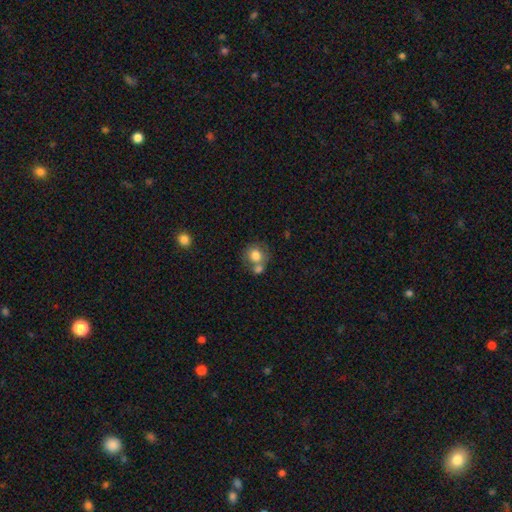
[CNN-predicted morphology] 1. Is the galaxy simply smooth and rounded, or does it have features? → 78% smooth, 13% featured or disk, 9% star or artifact.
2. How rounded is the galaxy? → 81% round, 18% in between, 1% cigar-shaped.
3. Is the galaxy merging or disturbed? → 47% none, 38% merger, 11% minor disturbance, 4% major disturbance.